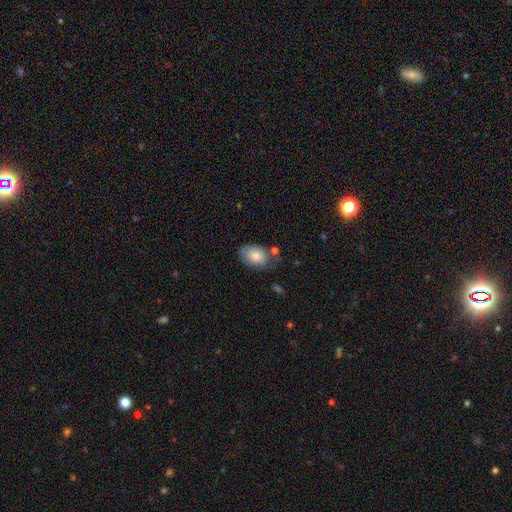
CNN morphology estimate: Smooth or featured? smooth (81%)
How rounded? in between (87%)
Merging? none (62%)